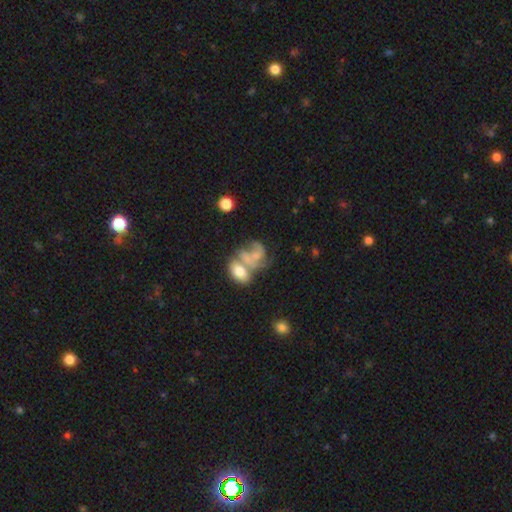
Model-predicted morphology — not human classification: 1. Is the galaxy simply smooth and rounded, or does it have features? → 57% featured or disk, 31% smooth, 12% star or artifact.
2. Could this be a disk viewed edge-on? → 96% no, 4% yes.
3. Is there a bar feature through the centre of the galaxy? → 70% no, 24% weak, 6% strong.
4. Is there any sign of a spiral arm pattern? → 78% yes, 22% no.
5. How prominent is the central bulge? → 46% small, 29% moderate, 18% none, 5% large, 2% dominant.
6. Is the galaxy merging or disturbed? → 48% merger, 25% none, 15% major disturbance, 13% minor disturbance.